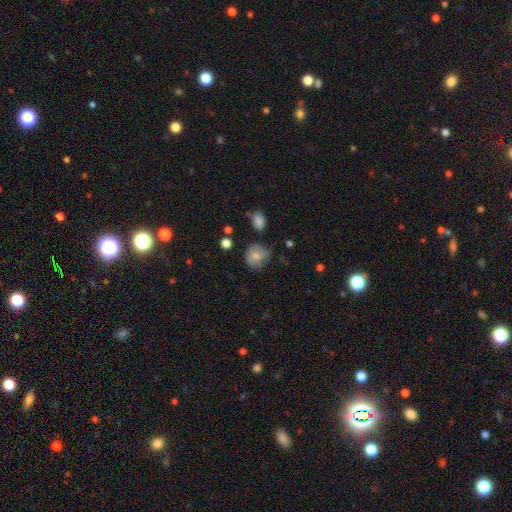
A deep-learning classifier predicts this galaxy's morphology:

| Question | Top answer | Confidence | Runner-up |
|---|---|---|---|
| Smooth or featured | smooth | 71% | featured or disk (20%) |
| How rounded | round | 65% | in between (34%) |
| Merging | none | 48% | minor disturbance (34%) |